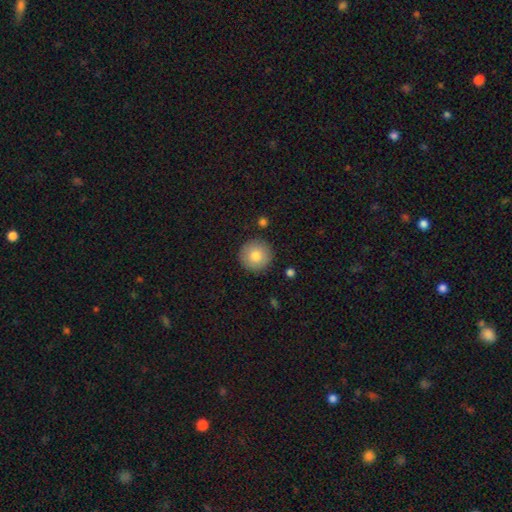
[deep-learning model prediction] Overall: smooth (81%). How rounded: round (95%). Merging: none (90%).